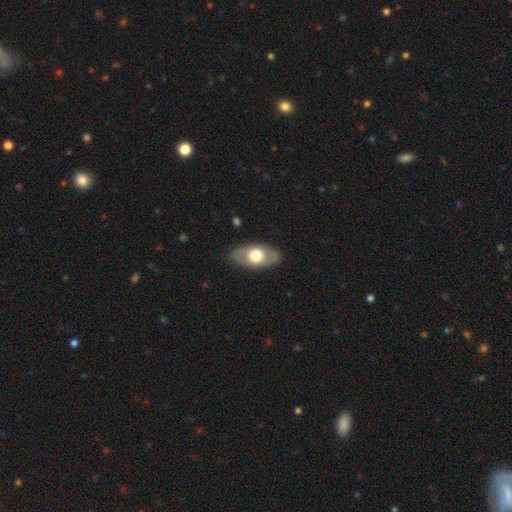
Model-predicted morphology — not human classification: smooth 56%, featured or disk 39%, star or artifact 5%. Down the decision tree: how rounded — in between (90%); merging — none (84%).